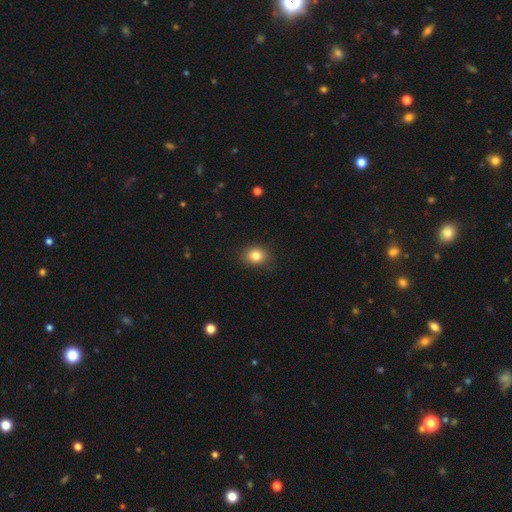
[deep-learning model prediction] Q: Smooth or featured?
A: smooth (83%); runner-up: star or artifact (10%)
Q: How rounded?
A: round (56%); runner-up: in between (43%)
Q: Merging?
A: none (82%); runner-up: minor disturbance (14%)